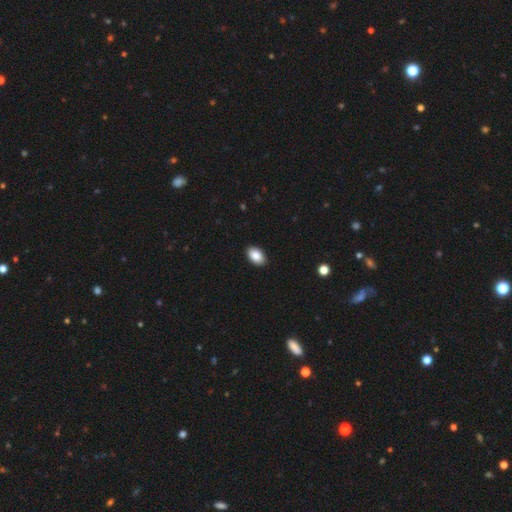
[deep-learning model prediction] Overall: smooth (87%). How rounded: in between (91%). Merging: none (90%).